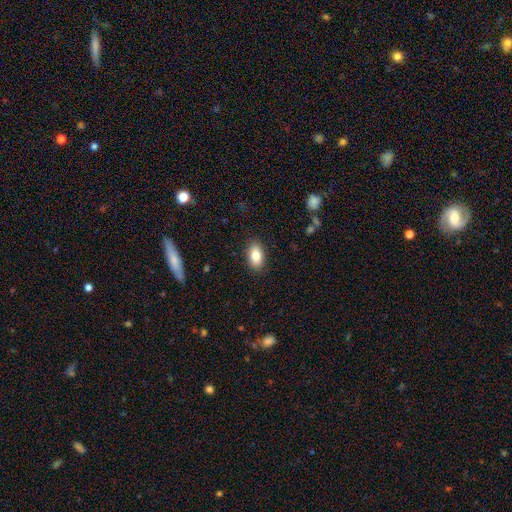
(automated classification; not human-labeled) This appears to be a smooth galaxy with no disk features (83%) that is in between round and cigar-shaped (92%). Merging: none (88%).